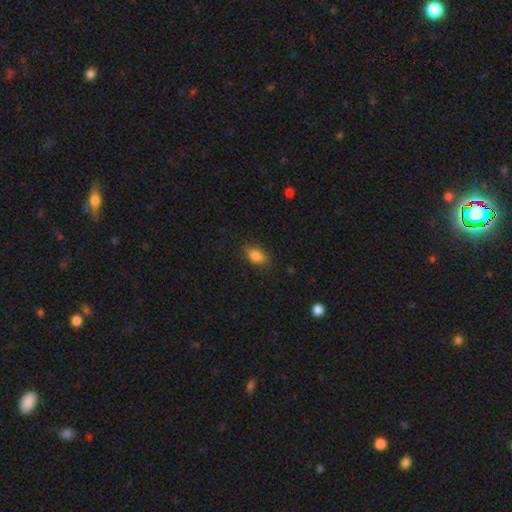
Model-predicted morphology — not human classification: This appears to be a smooth galaxy with no disk features (84%) that is in between round and cigar-shaped (82%). Merging: none (82%).